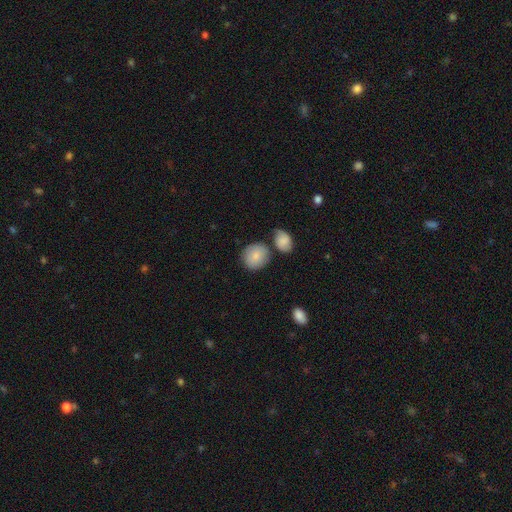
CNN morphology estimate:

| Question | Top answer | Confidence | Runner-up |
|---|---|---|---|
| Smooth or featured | smooth | 83% | featured or disk (10%) |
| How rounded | round | 82% | in between (17%) |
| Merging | none | 65% | merger (18%) |